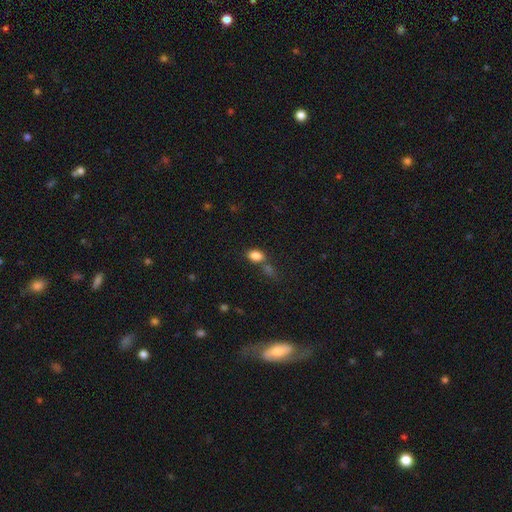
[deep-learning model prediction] smooth-or-featured: smooth: 84% | star or artifact: 11% | featured or disk: 6%
  how-rounded: in between: 83% | round: 15% | cigar-shaped: 2%
  merging: none: 53% | merger: 27% | minor disturbance: 14% | major disturbance: 6%